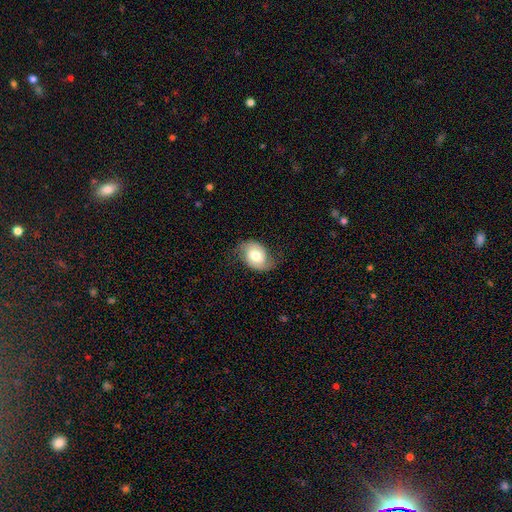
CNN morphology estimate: featured or disk 49%, smooth 44%, star or artifact 7%. Down the decision tree: merging — none (64%).